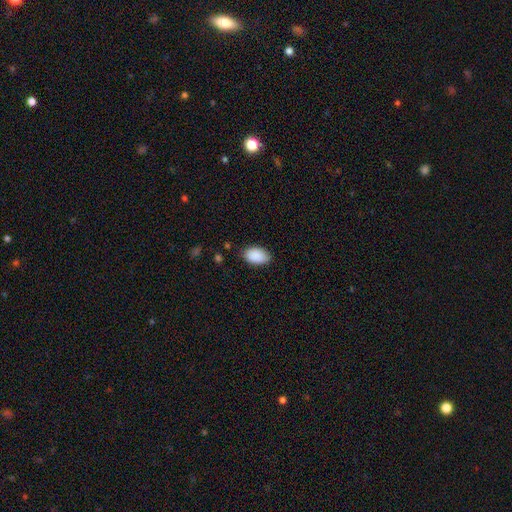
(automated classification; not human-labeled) This appears to be a smooth galaxy with no disk features (90%) that is in between round and cigar-shaped (93%). Merging: none (82%).